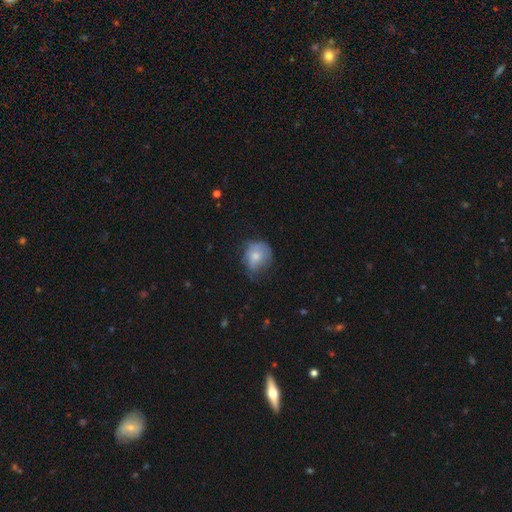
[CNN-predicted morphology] smooth-or-featured: smooth: 67% | featured or disk: 24% | star or artifact: 9%
  how-rounded: round: 64% | in between: 35% | cigar-shaped: 1%
  merging: none: 42% | minor disturbance: 38% | major disturbance: 19% | merger: 2%